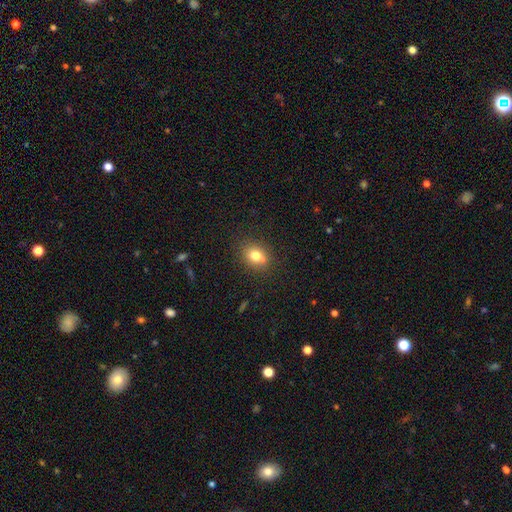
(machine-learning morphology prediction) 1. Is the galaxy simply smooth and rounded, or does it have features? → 76% smooth, 13% star or artifact, 11% featured or disk.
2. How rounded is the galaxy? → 59% round, 39% in between, 1% cigar-shaped.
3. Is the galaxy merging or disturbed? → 69% none, 15% merger, 13% minor disturbance, 4% major disturbance.